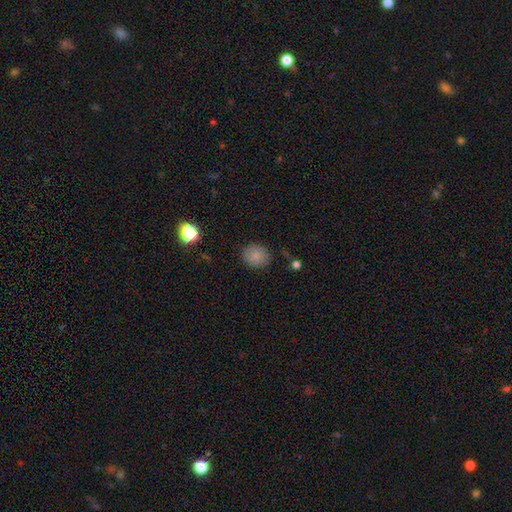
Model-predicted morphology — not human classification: smooth-or-featured: smooth: 82% | star or artifact: 9% | featured or disk: 8%
  how-rounded: round: 79% | in between: 20% | cigar-shaped: 1%
  merging: none: 83% | minor disturbance: 12% | major disturbance: 3% | merger: 2%